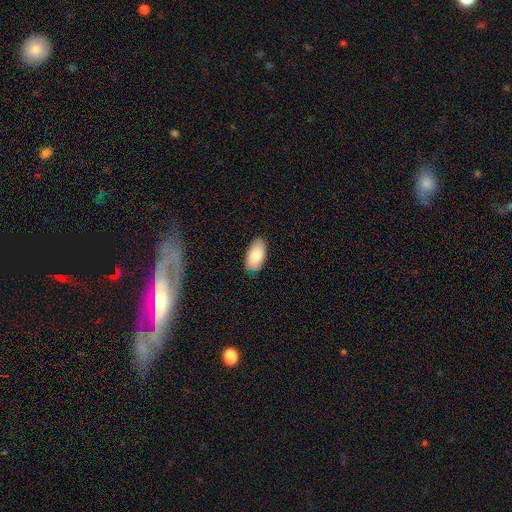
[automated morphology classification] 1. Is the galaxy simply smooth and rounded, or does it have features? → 86% smooth, 8% featured or disk, 6% star or artifact.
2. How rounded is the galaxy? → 95% in between, 3% round, 2% cigar-shaped.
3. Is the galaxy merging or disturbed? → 84% none, 12% minor disturbance, 2% major disturbance, 1% merger.